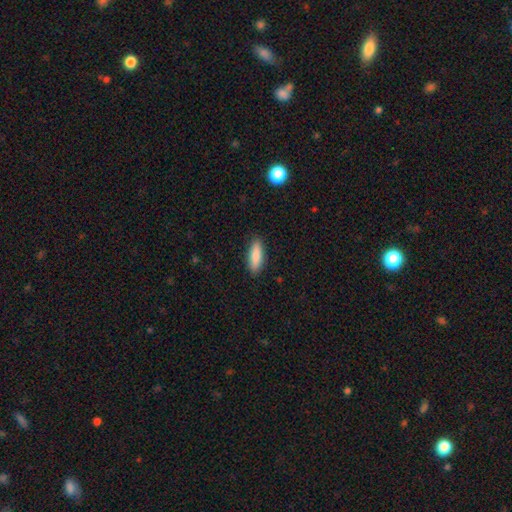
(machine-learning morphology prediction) This appears to be a smooth galaxy with no disk features (87%) that is in between round and cigar-shaped (54%). Merging: none (88%).